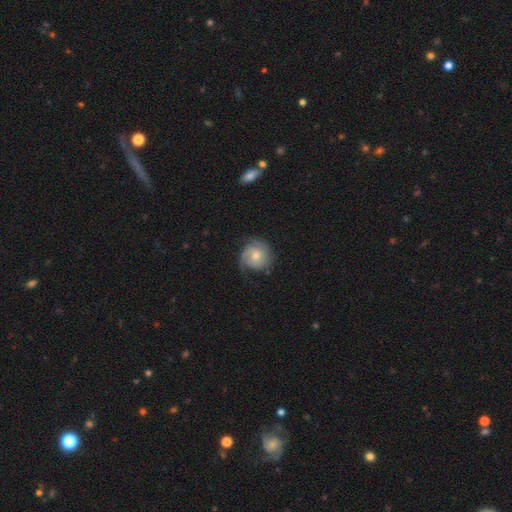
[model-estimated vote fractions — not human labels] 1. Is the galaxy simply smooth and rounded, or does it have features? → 64% featured or disk, 29% smooth, 7% star or artifact.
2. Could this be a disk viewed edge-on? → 98% no, 2% yes.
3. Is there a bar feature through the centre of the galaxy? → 78% no, 19% weak, 3% strong.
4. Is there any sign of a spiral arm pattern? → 90% yes, 10% no.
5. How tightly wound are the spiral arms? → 54% tight, 31% medium, 14% loose.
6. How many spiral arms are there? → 35% 2, 25% can't tell, 19% 3, 13% 1, 4% 4, 3% more than 4.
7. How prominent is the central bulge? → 56% moderate, 38% small, 3% large, 2% none, 1% dominant.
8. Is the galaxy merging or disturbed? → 63% none, 24% minor disturbance, 11% major disturbance, 1% merger.